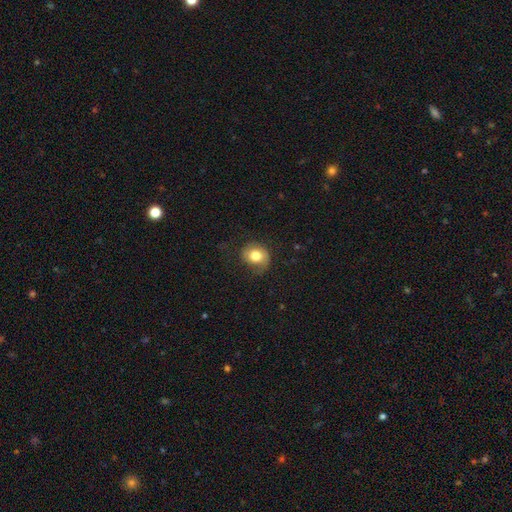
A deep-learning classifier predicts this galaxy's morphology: A smooth galaxy with no disk features (76%) that is round (63%).

Vote fractions:
- Smooth or featured? smooth: 76% / featured or disk: 15% / star or artifact: 9%
- How rounded? round: 63% / in between: 36% / cigar-shaped: 1%
- Merging? none: 65% / minor disturbance: 22% / major disturbance: 12% / merger: 1%